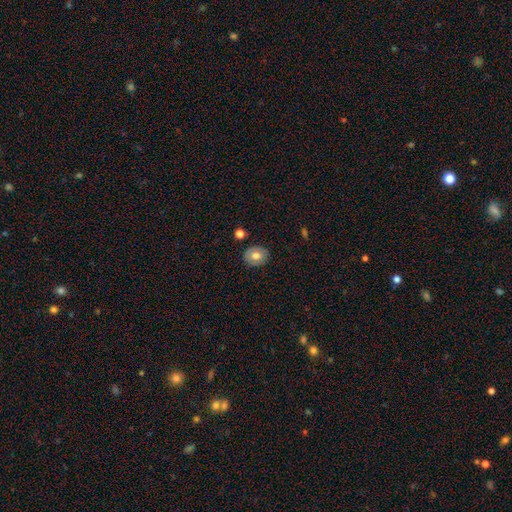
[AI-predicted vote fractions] Q: Smooth or featured?
A: smooth (68%); runner-up: featured or disk (24%)
Q: How rounded?
A: round (60%); runner-up: in between (39%)
Q: Merging?
A: none (86%); runner-up: minor disturbance (10%)